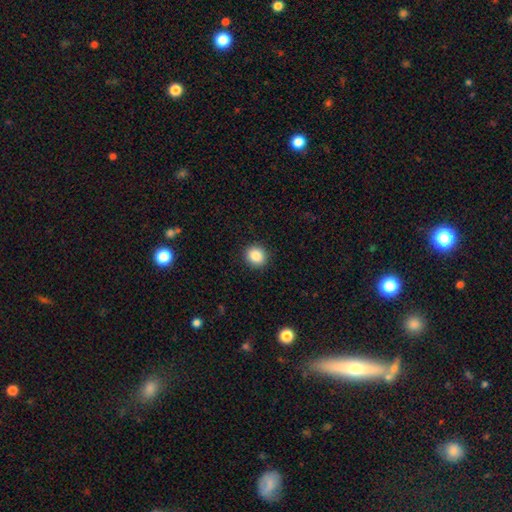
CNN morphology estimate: type=smooth (87%); roundness=round (85%); merging=none (91%).